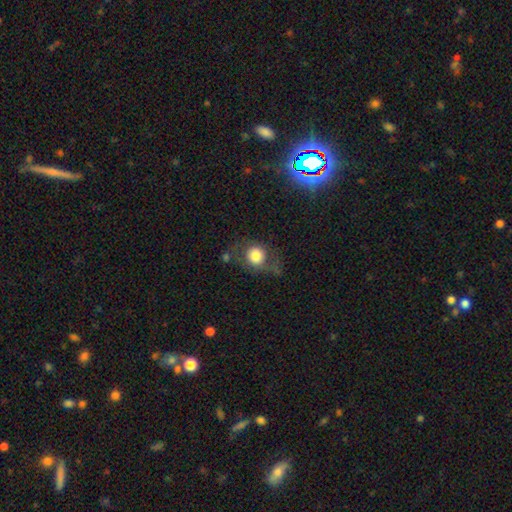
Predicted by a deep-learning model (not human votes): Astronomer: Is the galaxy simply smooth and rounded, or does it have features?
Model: smooth — 72%.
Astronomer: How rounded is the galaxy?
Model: round — 79%.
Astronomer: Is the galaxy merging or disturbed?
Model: none — 58%.